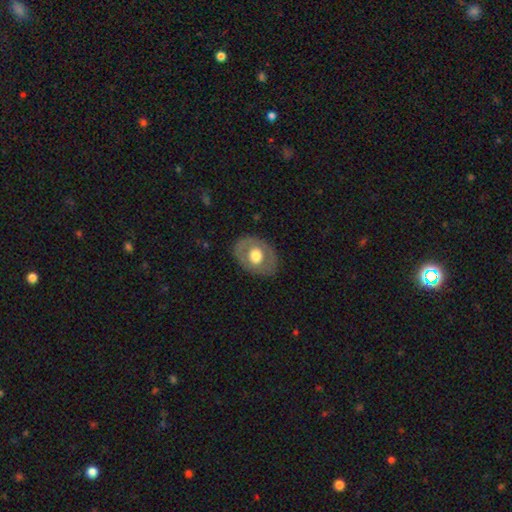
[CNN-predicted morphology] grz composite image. It shows a smooth galaxy with no disk features (50%) that is in between round and cigar-shaped (60%). Merging: none (80%).